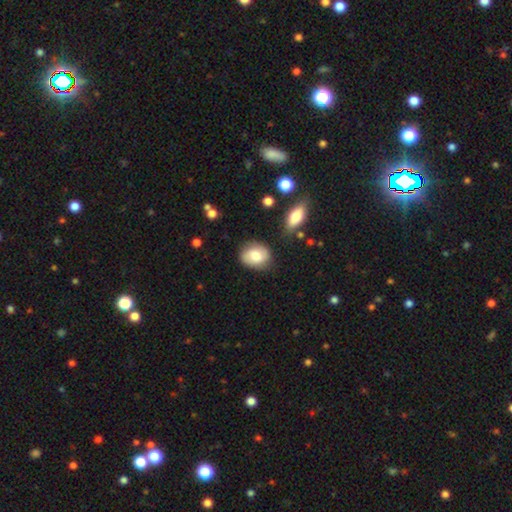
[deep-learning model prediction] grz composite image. It shows a smooth galaxy with no disk features (76%) that is in between round and cigar-shaped (51%). Merging: none (77%).